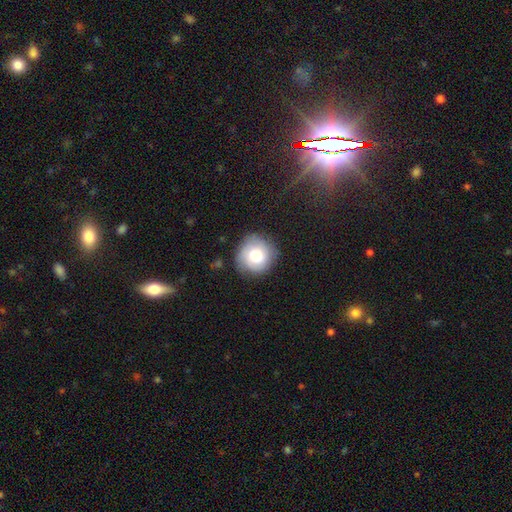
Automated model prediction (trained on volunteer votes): Morphology: type=smooth (79%); roundness=round (92%); merging=none (78%).